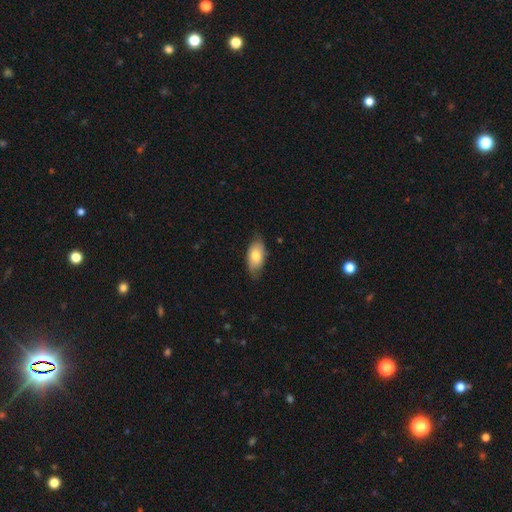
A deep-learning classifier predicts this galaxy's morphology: Overall: smooth (73%). How rounded: in between (92%). Merging: none (74%).